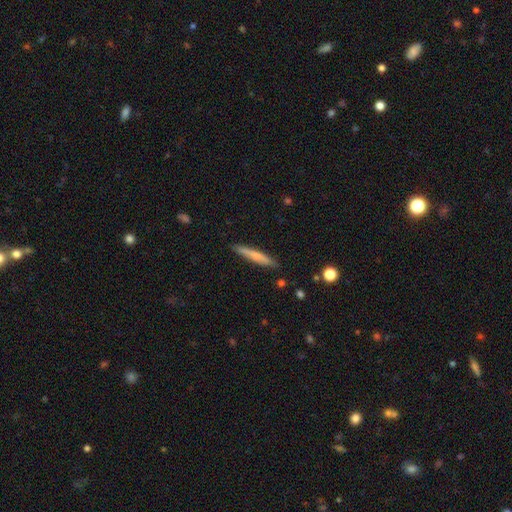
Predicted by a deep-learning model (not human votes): smooth-or-featured: smooth: 65% | featured or disk: 29% | star or artifact: 6%
  how-rounded: cigar-shaped: 94% | in between: 5% | round: 1%
  merging: none: 88% | minor disturbance: 9% | major disturbance: 2% | merger: 1%